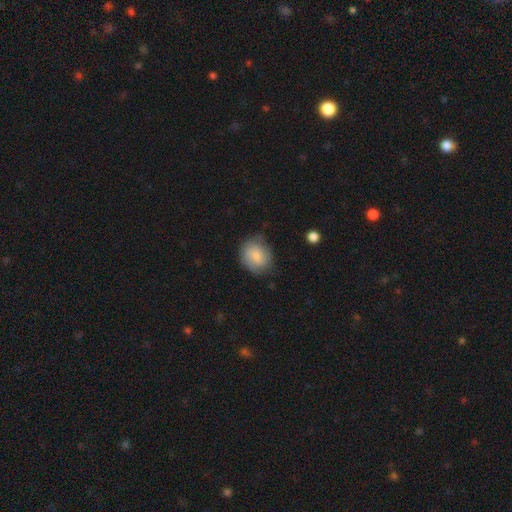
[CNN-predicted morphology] This appears to be a smooth galaxy with no disk features (75%) that is round (66%). Merging: none (69%).